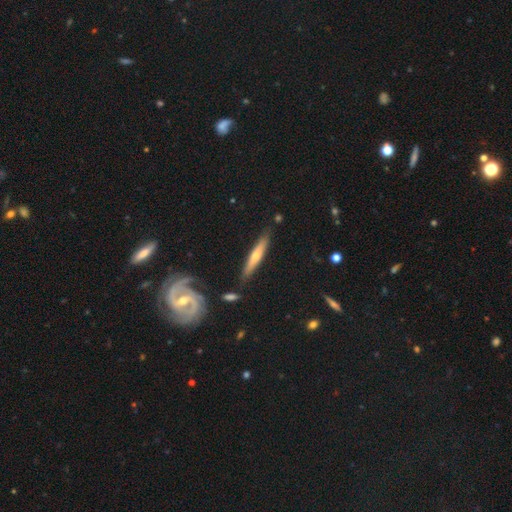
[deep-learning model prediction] Smooth or featured? featured or disk (62%)
Edge-on disk? yes (84%)
Edge-on bulge? rounded (79%)
Merging? none (81%)